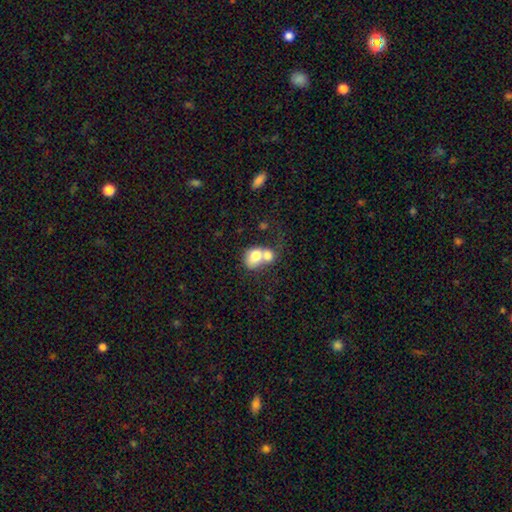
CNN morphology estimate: Q: Smooth or featured?
A: smooth (73%); runner-up: featured or disk (19%)
Q: How rounded?
A: round (51%); runner-up: in between (48%)
Q: Merging?
A: merger (70%); runner-up: none (17%)